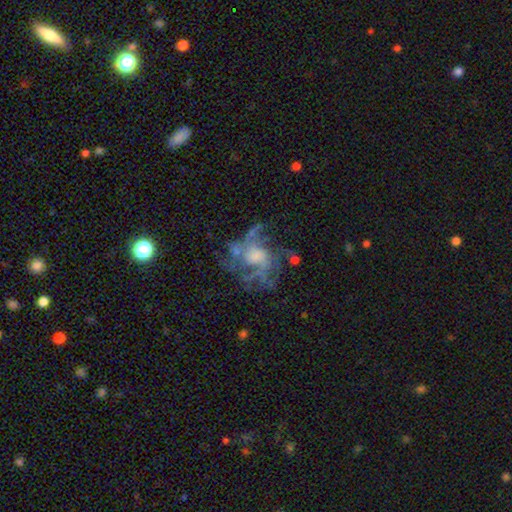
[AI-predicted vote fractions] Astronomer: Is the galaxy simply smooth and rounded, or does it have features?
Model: featured or disk — 76%.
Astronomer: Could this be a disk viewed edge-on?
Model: no — 97%.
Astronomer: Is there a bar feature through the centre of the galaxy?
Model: no — 73%.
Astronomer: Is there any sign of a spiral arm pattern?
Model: yes — 78%.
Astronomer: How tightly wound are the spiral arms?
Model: medium — 44% (runner-up: loose, 30%).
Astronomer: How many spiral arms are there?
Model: can't tell — 35% (runner-up: 3, 20%).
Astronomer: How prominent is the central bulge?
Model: moderate — 41% (runner-up: small, 22%).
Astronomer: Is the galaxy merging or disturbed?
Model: none — 53%.